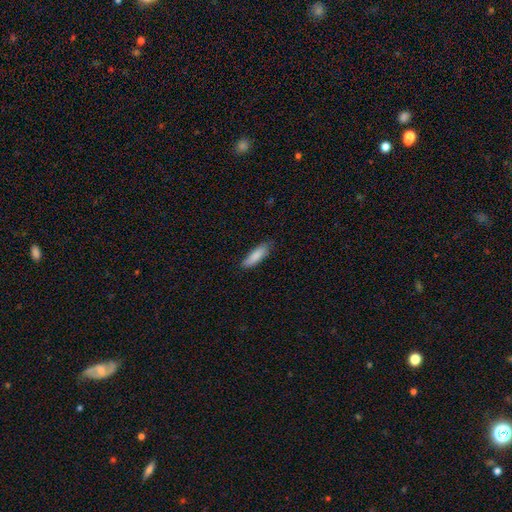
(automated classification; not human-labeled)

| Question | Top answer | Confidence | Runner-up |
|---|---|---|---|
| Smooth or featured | smooth | 87% | featured or disk (7%) |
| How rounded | cigar-shaped | 56% | in between (42%) |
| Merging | none | 80% | minor disturbance (16%) |